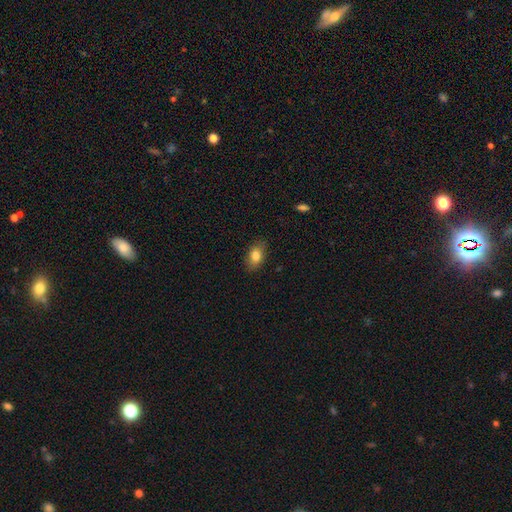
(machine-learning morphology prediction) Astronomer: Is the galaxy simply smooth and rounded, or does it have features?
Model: smooth — 82%.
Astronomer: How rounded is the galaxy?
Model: in between — 86%.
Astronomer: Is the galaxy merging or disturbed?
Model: none — 84%.